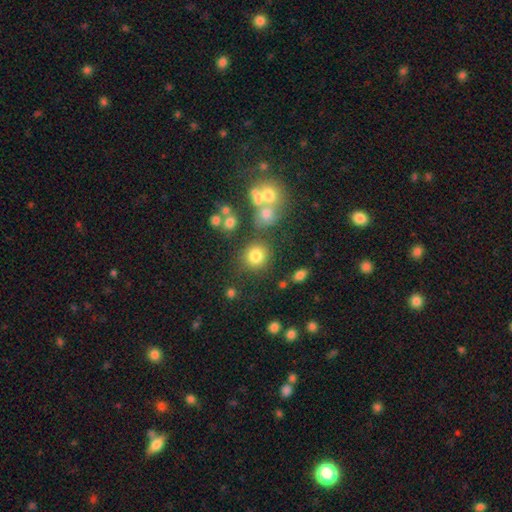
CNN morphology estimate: This is likely a smooth galaxy (78%). How rounded: clearly round (85%). Merging: likely none (74%).